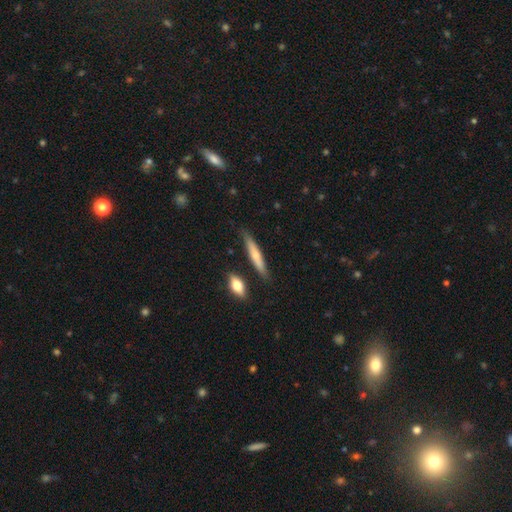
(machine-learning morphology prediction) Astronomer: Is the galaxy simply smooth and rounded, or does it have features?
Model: smooth — 60%.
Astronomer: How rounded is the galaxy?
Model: cigar-shaped — 89%.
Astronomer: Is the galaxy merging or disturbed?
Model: none — 81%.